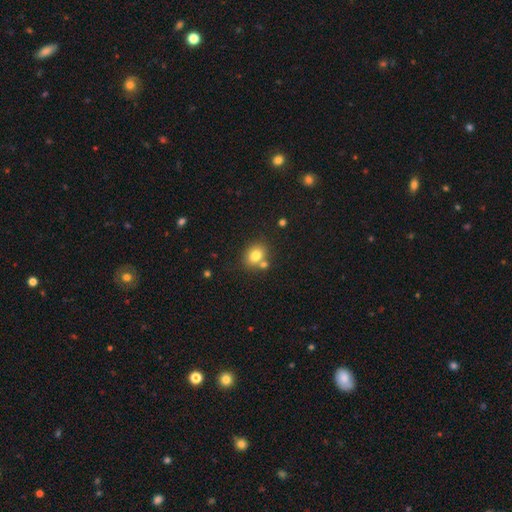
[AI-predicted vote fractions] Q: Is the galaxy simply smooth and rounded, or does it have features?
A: smooth — 79%.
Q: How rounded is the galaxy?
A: round — 54%.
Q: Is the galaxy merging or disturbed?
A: none — 64%.